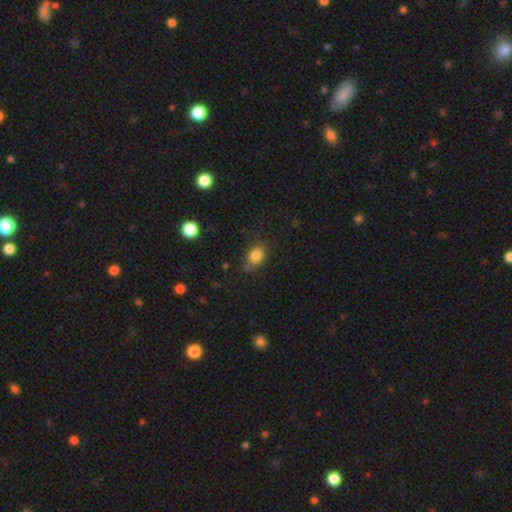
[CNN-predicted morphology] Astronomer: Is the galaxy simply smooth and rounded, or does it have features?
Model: smooth — 82%.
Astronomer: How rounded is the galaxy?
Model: in between — 63%.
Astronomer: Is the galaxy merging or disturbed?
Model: none — 72%.